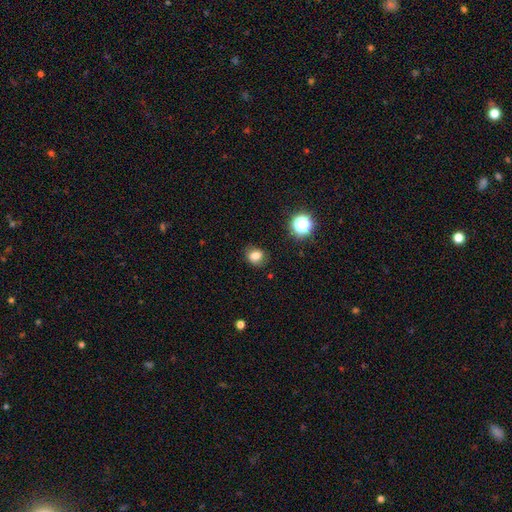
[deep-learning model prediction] This appears to be a smooth galaxy with no disk features (77%) that is round (56%). Merging: none (79%).